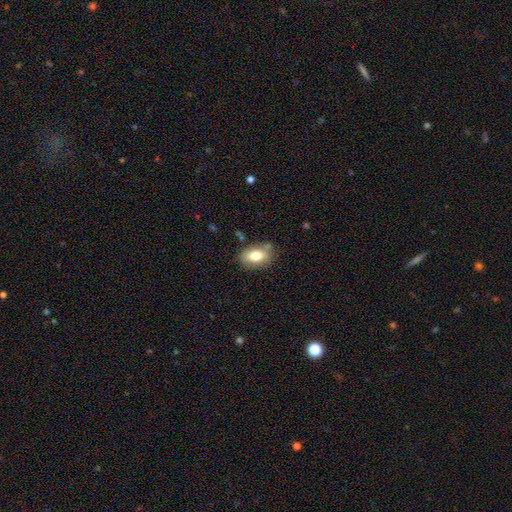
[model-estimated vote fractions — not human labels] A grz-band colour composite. It shows a smooth galaxy with no disk features (78%) that is in between round and cigar-shaped (88%). Merging: none (75%).